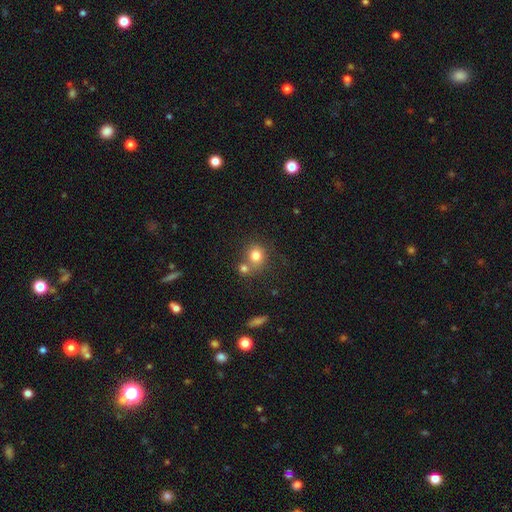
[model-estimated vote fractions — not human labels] Smooth or featured? smooth (79%)
How rounded? round (78%)
Merging? none (52%)